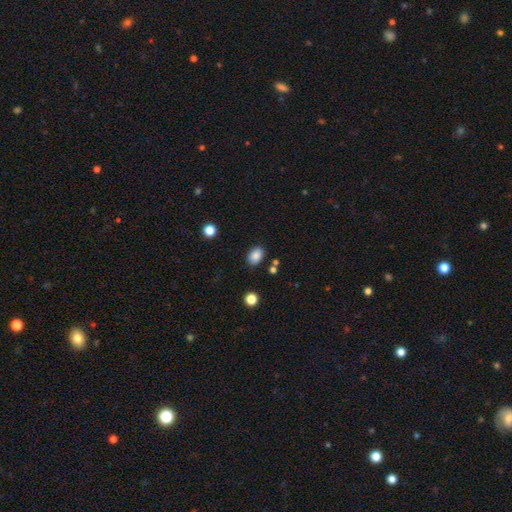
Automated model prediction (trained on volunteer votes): Smooth or featured?
  - smooth: 86% *
  - star or artifact: 9%
  - featured or disk: 4%
How rounded?
  - in between: 81% *
  - round: 18%
  - cigar-shaped: 1%
Merging?
  - none: 83% *
  - minor disturbance: 11%
  - merger: 3%
  - major disturbance: 3%